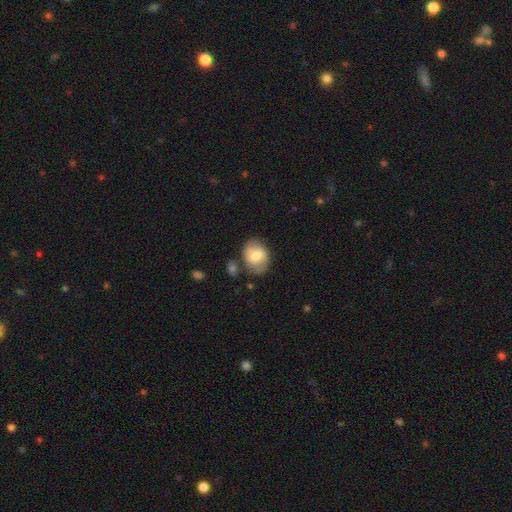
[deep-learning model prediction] smooth-or-featured: smooth: 64% | featured or disk: 28% | star or artifact: 7%
  how-rounded: in between: 57% | round: 42% | cigar-shaped: 1%
  merging: none: 66% | minor disturbance: 21% | major disturbance: 6% | merger: 6%